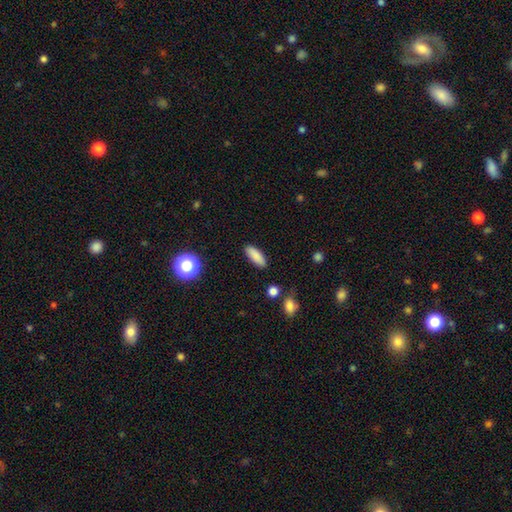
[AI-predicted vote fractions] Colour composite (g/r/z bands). It shows a smooth galaxy with no disk features (87%) that is in between round and cigar-shaped (67%). Merging: none (88%).